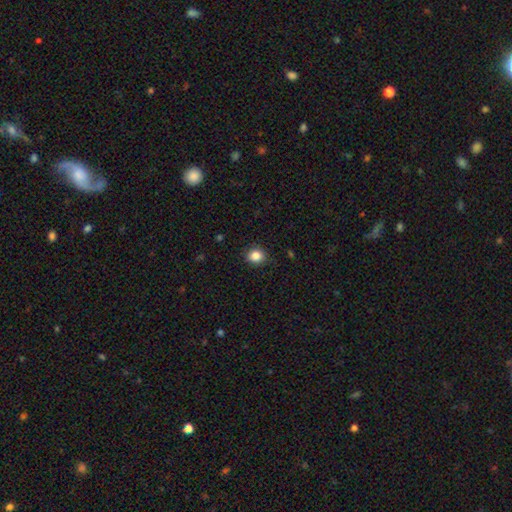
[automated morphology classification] The model was most divided on "how rounded": round: 71%, in between: 28%, cigar-shaped: 1%. More confident: merging — none (88%); smooth or featured — smooth (85%).